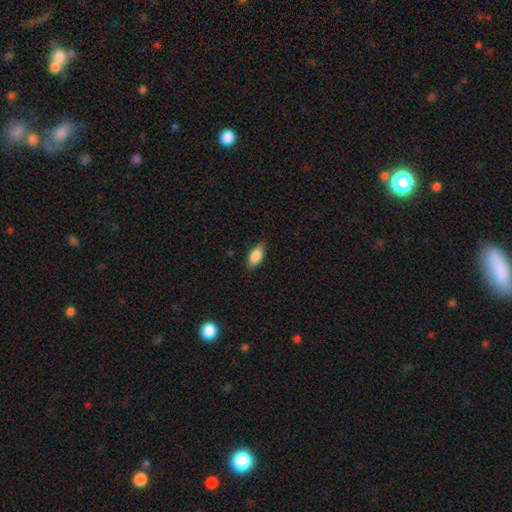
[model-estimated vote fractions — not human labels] Q: Smooth or featured?
A: smooth (79%); runner-up: featured or disk (14%)
Q: How rounded?
A: in between (84%); runner-up: cigar-shaped (12%)
Q: Merging?
A: none (83%); runner-up: minor disturbance (13%)